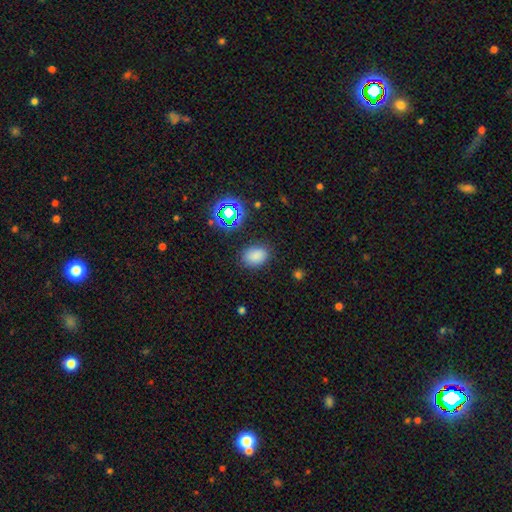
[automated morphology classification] This is likely a smooth galaxy (78%). How rounded: likely in between (76%). Merging: clearly none (82%).